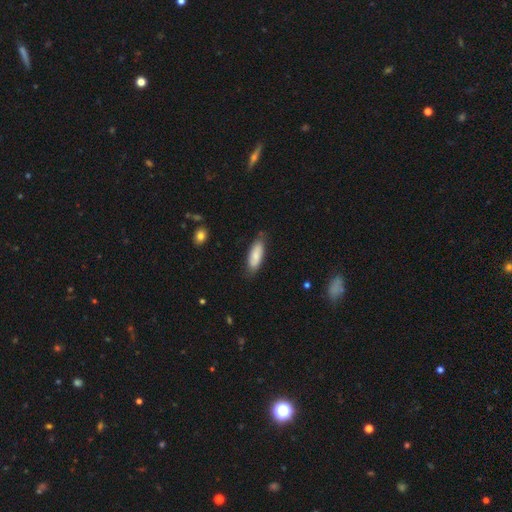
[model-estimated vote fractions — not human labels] smooth-or-featured: smooth: 79% | featured or disk: 15% | star or artifact: 6%
  how-rounded: in between: 67% | cigar-shaped: 32% | round: 2%
  merging: none: 77% | minor disturbance: 18% | major disturbance: 3% | merger: 2%